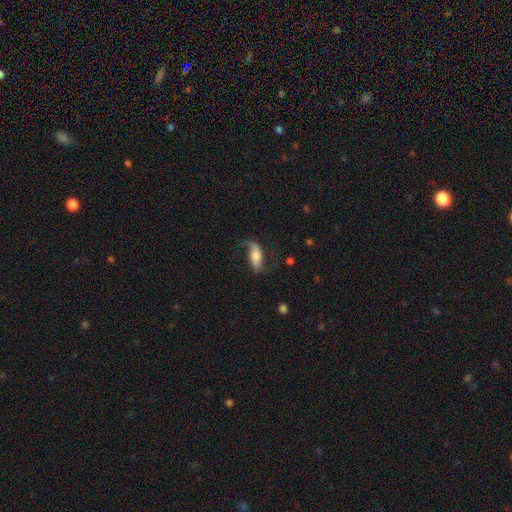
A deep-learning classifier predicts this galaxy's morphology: The model was most divided on "bar": no: 35%, strong: 34%, weak: 31%. Remaining: spiral arms — yes (92%); edge-on disk — no (87%); spiral arm count — 2 (86%); spiral winding — loose (78%); smooth or featured — featured or disk (67%); merging — none (63%); bulge size — moderate (46%).